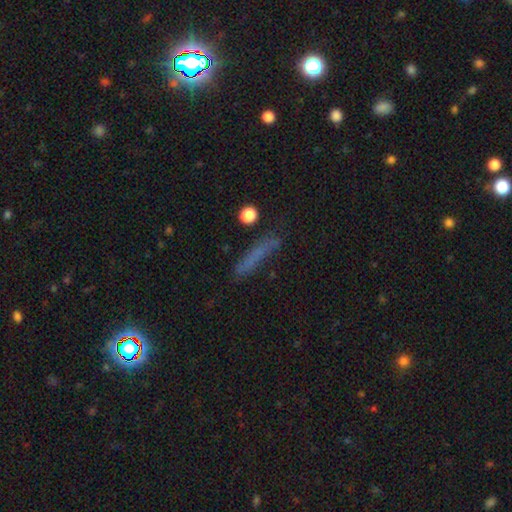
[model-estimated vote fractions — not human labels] smooth-or-featured: smooth: 60% | featured or disk: 22% | star or artifact: 17%
  how-rounded: cigar-shaped: 87% | in between: 9% | round: 4%
  merging: none: 71% | minor disturbance: 19% | major disturbance: 7% | merger: 3%